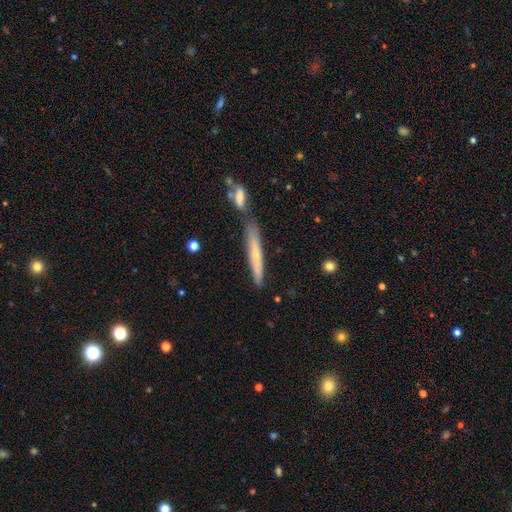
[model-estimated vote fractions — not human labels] Q: Smooth or featured?
A: smooth (55%); runner-up: featured or disk (39%)
Q: How rounded?
A: cigar-shaped (93%); runner-up: in between (5%)
Q: Merging?
A: none (67%); runner-up: merger (16%)